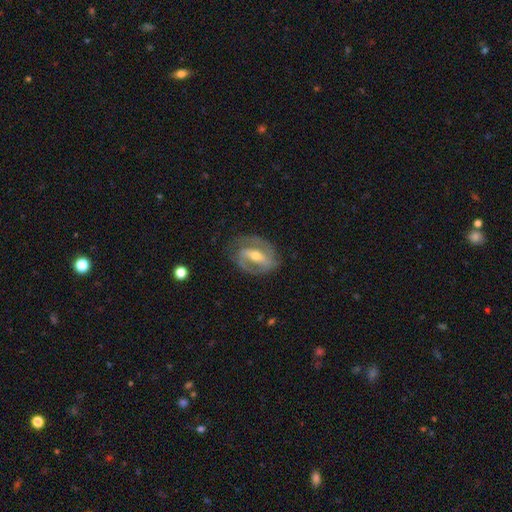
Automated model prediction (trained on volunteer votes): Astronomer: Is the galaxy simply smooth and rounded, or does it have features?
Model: featured or disk — 82%.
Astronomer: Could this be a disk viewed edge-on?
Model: no — 95%.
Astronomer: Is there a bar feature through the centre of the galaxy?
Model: strong — 57%.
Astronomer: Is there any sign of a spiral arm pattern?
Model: yes — 84%.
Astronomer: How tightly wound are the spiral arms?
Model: medium — 44% (runner-up: tight, 41%).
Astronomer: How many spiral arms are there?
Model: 2 — 80%.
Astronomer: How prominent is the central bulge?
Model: moderate — 62%.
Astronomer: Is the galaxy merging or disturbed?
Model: none — 74%.